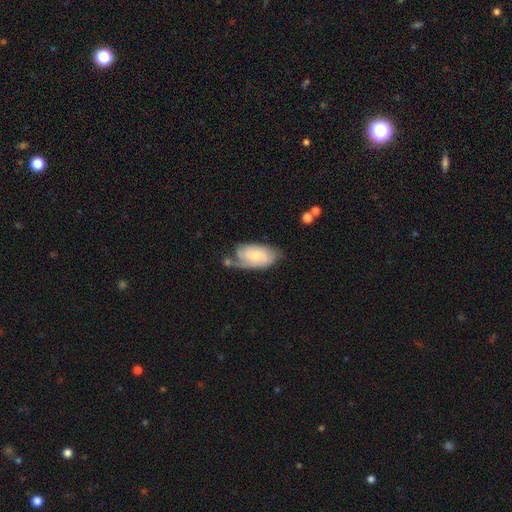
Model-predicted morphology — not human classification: Smooth or featured? featured or disk (54%)
Edge-on disk? no (94%)
Bar? no (74%)
Spiral arms? yes (80%)
Bulge size? small (58%)
Merging? none (41%)